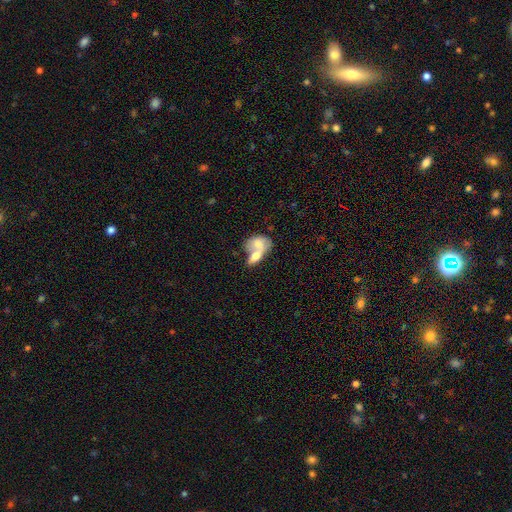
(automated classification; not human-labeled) This is likely a smooth galaxy (67%). How rounded: clearly in between (82%). Merging: likely merger (74%).